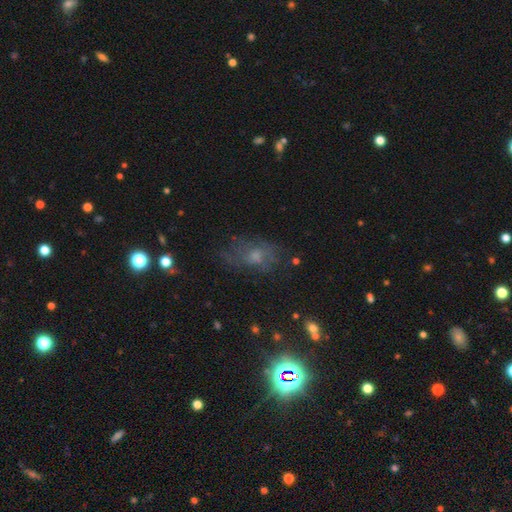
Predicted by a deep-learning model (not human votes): smooth 37%, featured or disk 34%, star or artifact 29%. Down the decision tree: merging — none (60%).